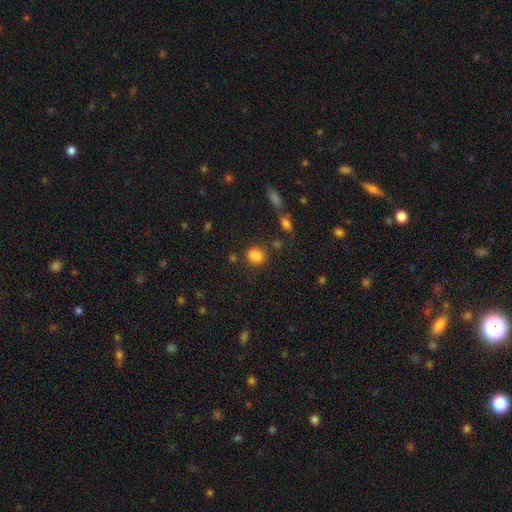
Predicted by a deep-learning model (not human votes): Overall: smooth (80%). How rounded: in between (56%; round 42%). Merging: none (62%).